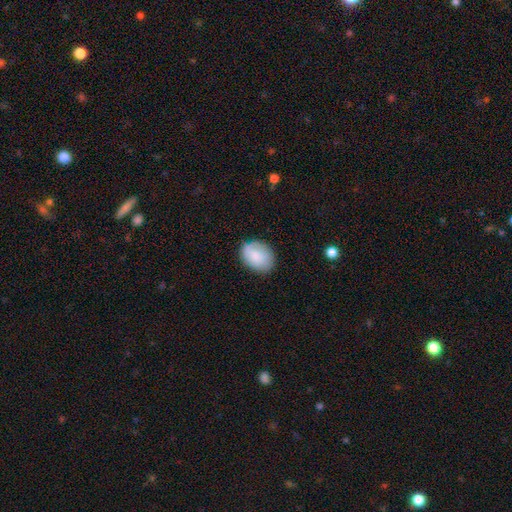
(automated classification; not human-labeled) Smooth or featured: smooth — 81% (featured or disk — 12%)
How rounded: in between — 69% (round — 30%)
Merging: none — 76% (minor disturbance — 19%)